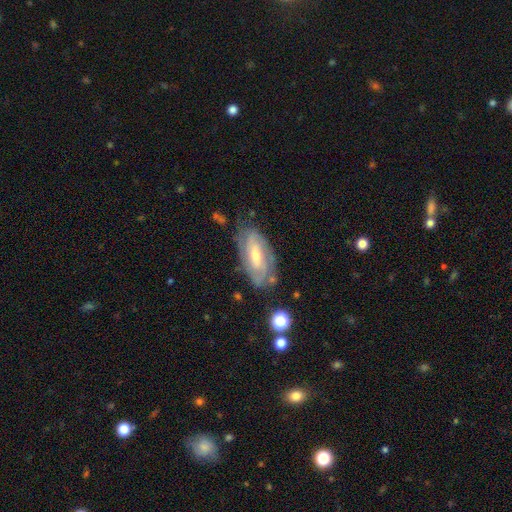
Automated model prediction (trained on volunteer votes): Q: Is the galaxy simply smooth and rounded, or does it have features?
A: featured or disk — 73%.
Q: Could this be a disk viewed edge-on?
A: no — 90%.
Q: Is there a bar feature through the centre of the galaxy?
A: weak — 44%.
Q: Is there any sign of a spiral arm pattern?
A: yes — 85%.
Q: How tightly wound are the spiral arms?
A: tight — 59%.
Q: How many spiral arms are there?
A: can't tell — 44%.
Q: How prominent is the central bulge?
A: moderate — 49%.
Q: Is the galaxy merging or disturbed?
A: none — 70%.